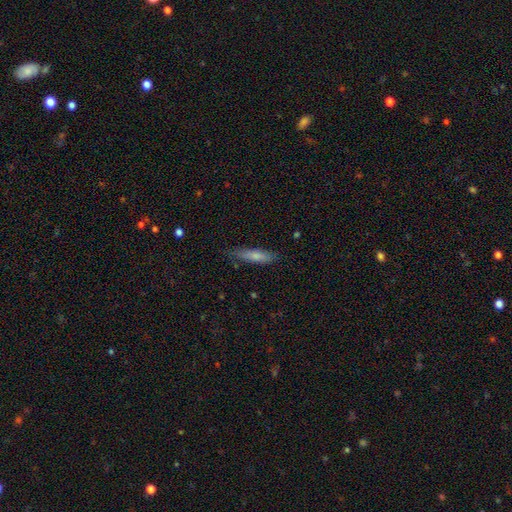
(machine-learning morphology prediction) smooth 75%, featured or disk 19%, star or artifact 6%. Down the decision tree: how rounded — cigar-shaped (79%); merging — none (80%).